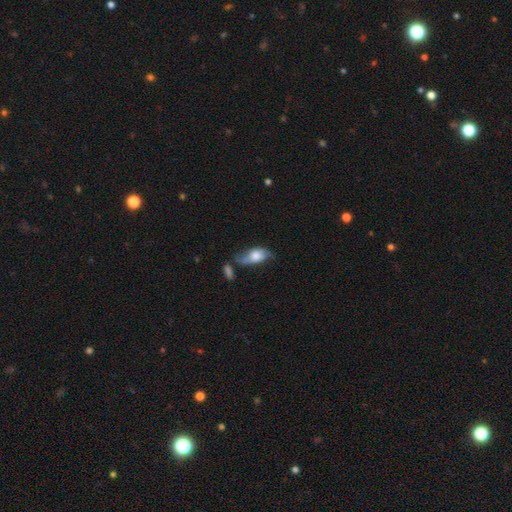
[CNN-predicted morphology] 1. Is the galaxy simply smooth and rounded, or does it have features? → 50% featured or disk, 42% smooth, 8% star or artifact.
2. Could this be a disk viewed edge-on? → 85% no, 15% yes.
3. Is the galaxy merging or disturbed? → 45% none, 27% minor disturbance, 15% major disturbance, 13% merger.